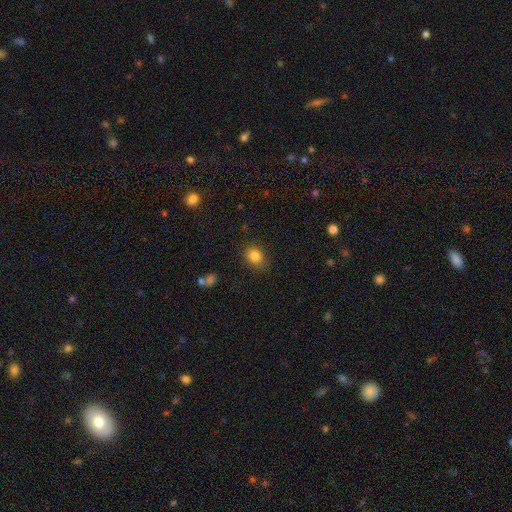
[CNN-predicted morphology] type=smooth (84%); roundness=round (55%); merging=none (83%).